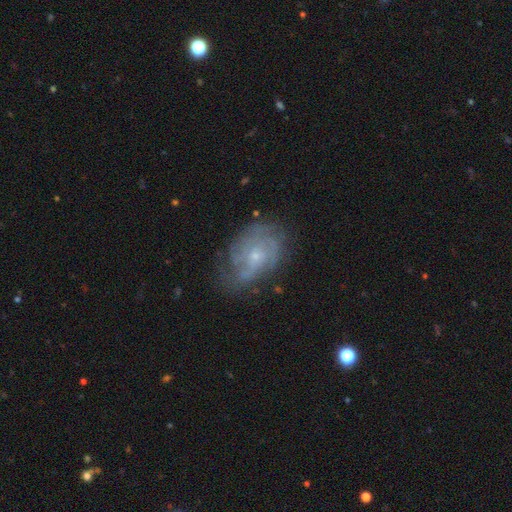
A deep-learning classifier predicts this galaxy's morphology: This appears to be a featured or disk galaxy (78%) with no bar (74%), tight (55%) spiral arms (90%) and a small central bulge (74%). Merging: none (65%).